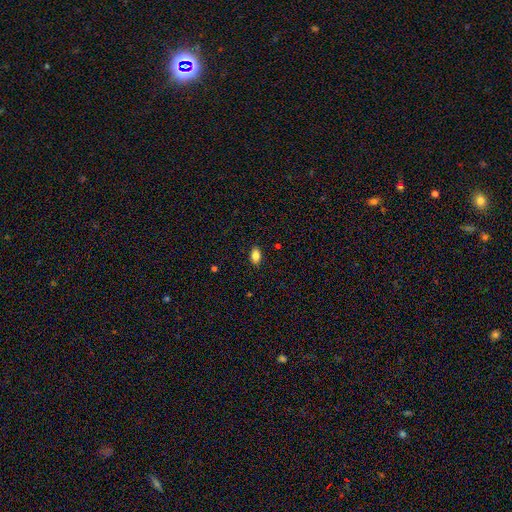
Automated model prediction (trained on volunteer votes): Smooth or featured? Predicted: smooth (p=0.85). How rounded? Predicted: in between (p=0.89). Merging? Predicted: none (p=0.87).